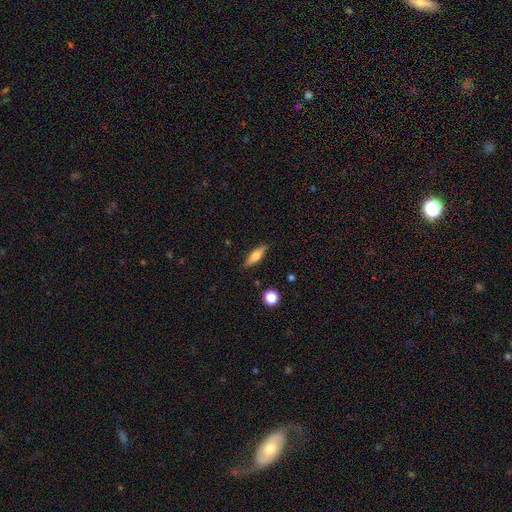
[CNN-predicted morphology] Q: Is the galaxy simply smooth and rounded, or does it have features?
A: smooth — 61%.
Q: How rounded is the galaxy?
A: cigar-shaped — 56%.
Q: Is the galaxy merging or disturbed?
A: none — 86%.